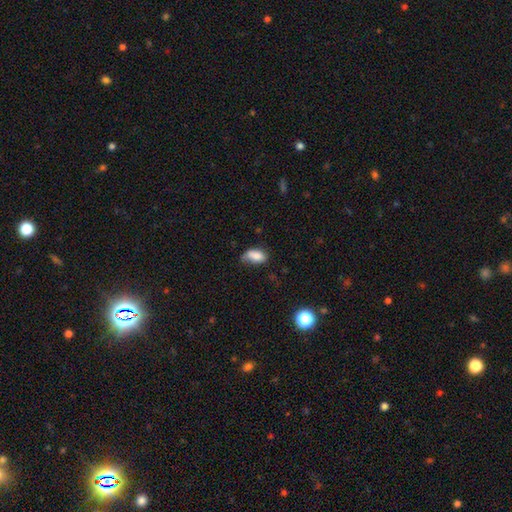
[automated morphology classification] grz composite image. It shows a smooth galaxy with no disk features (80%) that is in between round and cigar-shaped (89%). Merging: none (44%).